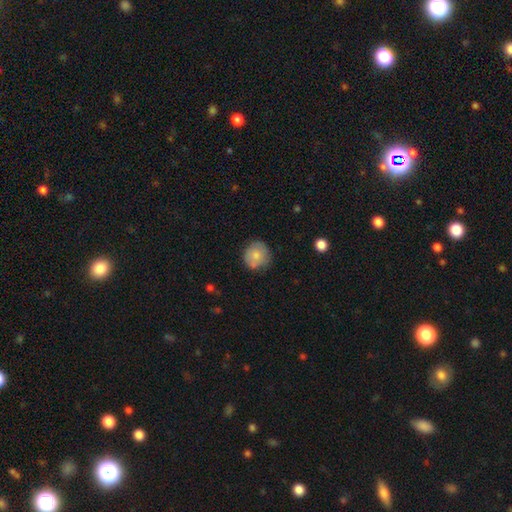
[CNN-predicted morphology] smooth_or_featured: smooth (p=0.75) [alt: featured or disk p=0.17]
how_rounded: round (p=0.89) [alt: in between p=0.10]
merging: none (p=0.72) [alt: minor disturbance p=0.19]